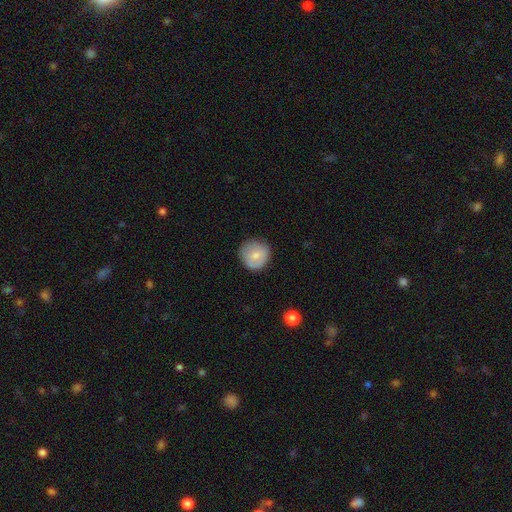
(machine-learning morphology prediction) Smooth or featured: smooth — 73% (featured or disk — 20%)
How rounded: round — 92% (in between — 7%)
Merging: none — 81% (minor disturbance — 14%)